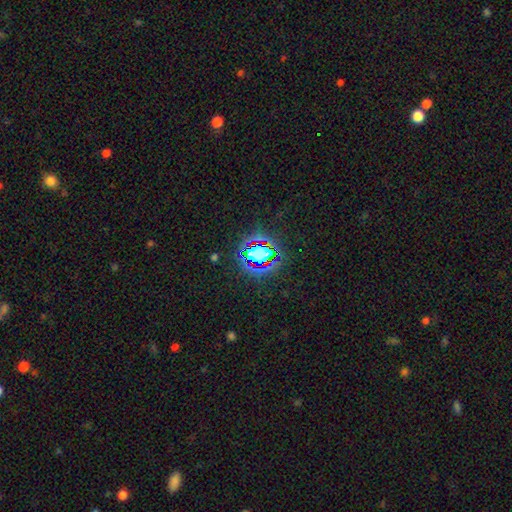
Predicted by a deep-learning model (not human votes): This appears to be a star or artifact, not a galaxy (70%).